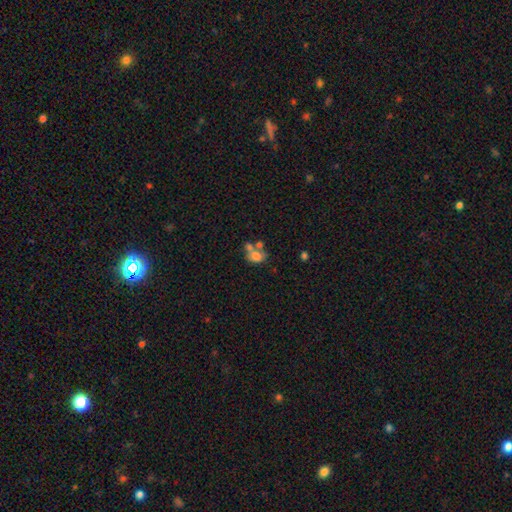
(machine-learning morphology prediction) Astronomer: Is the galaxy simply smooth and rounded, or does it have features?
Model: smooth — 69%.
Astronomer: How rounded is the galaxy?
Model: in between — 66%.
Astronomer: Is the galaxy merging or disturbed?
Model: merger — 49% (runner-up: none, 31%).